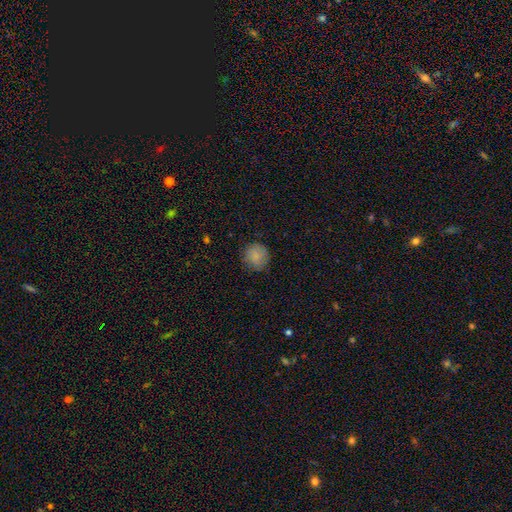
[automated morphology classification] This appears to be a smooth galaxy with no disk features (85%) that is round (91%). Merging: none (84%).